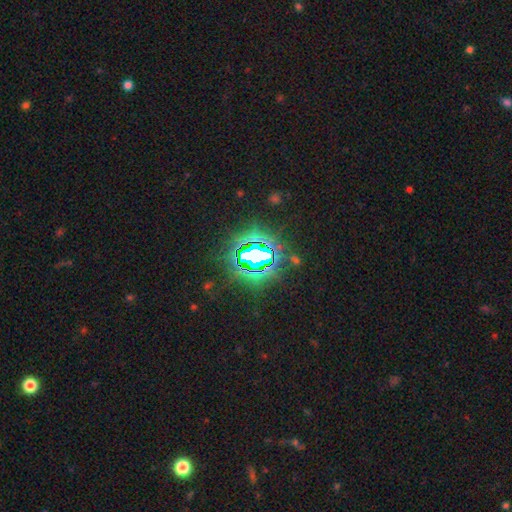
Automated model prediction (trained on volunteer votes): smooth-or-featured: star or artifact: 80% | smooth: 10% | featured or disk: 10%